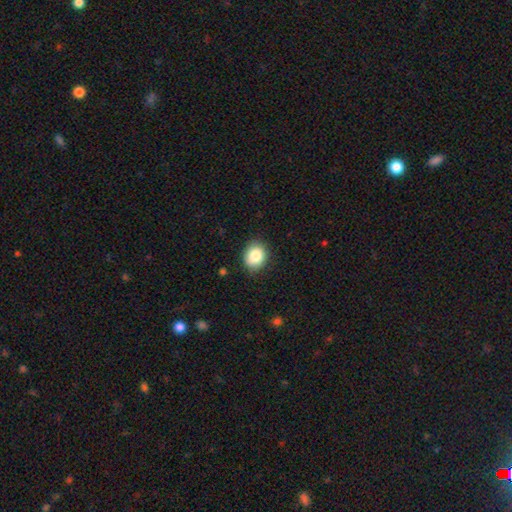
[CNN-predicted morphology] smooth 84%, star or artifact 8%, featured or disk 7%. Down the decision tree: how rounded — round (52%); merging — none (83%).